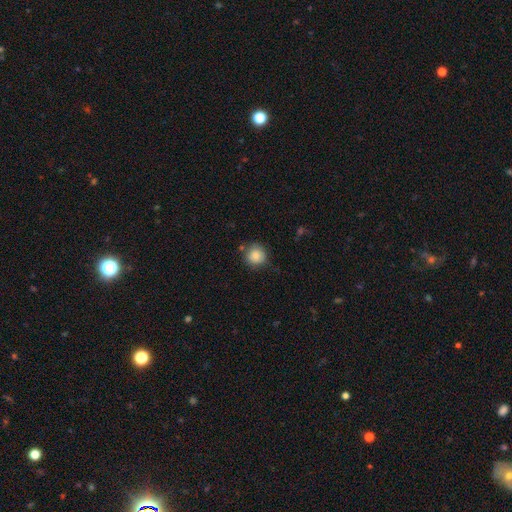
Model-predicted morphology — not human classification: Smooth or featured: smooth — 86% (star or artifact — 9%)
How rounded: round — 92% (in between — 7%)
Merging: none — 77% (minor disturbance — 15%)